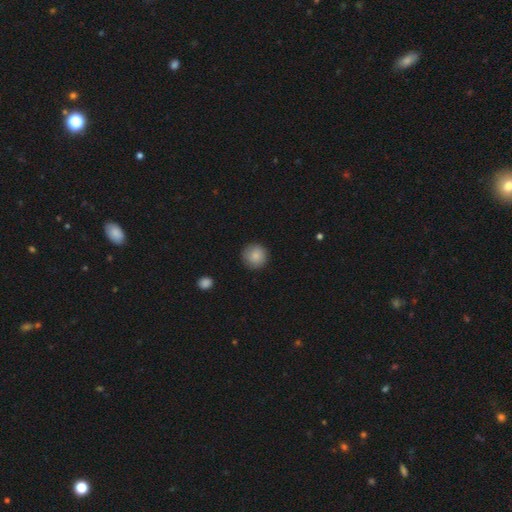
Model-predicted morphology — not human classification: A smooth galaxy with no disk features (86%) that is round (94%). Merging: none (89%).